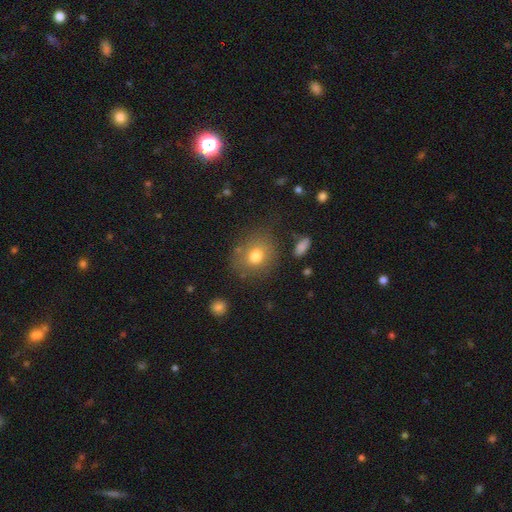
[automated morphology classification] smooth_or_featured: smooth (p=0.76) [alt: featured or disk p=0.13]
how_rounded: round (p=0.62) [alt: in between p=0.37]
merging: none (p=0.73) [alt: minor disturbance p=0.16]